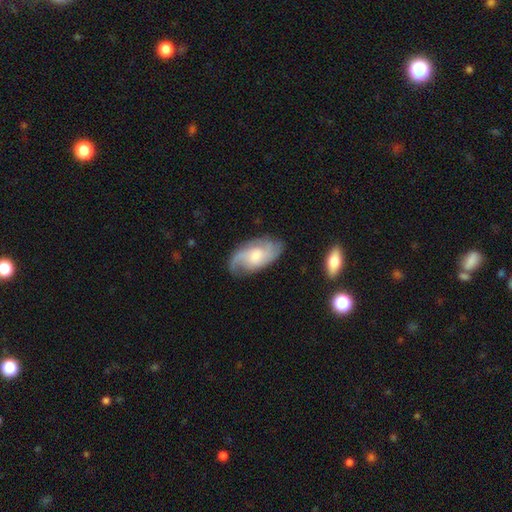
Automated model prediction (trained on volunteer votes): The model was most divided on "bulge size": moderate: 48%, small: 36%, large: 9%, none: 5%, dominant: 2%. Remaining: edge-on disk — no (95%); spiral arms — yes (94%); smooth or featured — featured or disk (74%); merging — none (72%); bar — no (62%); spiral arm count — 2 (51%); spiral winding — medium (45%).